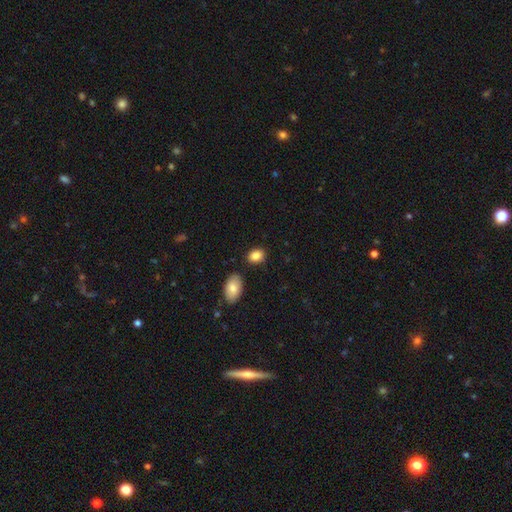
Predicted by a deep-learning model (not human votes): Smooth or featured? Predicted: smooth (p=0.87). How rounded? Predicted: in between (p=0.73). Merging? Predicted: none (p=0.78).